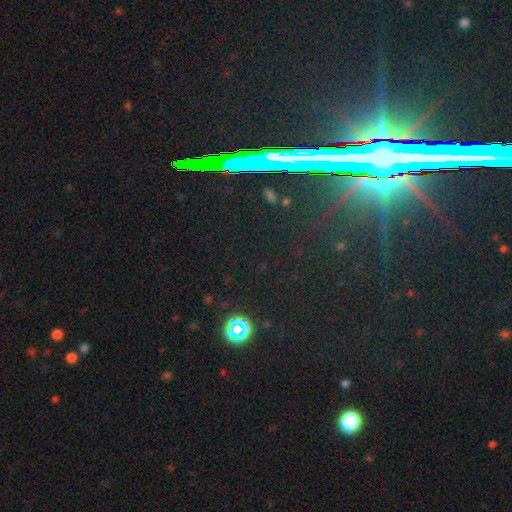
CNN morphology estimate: The model was most divided on "smooth or featured": star or artifact: 79%, smooth: 11%, featured or disk: 10%.